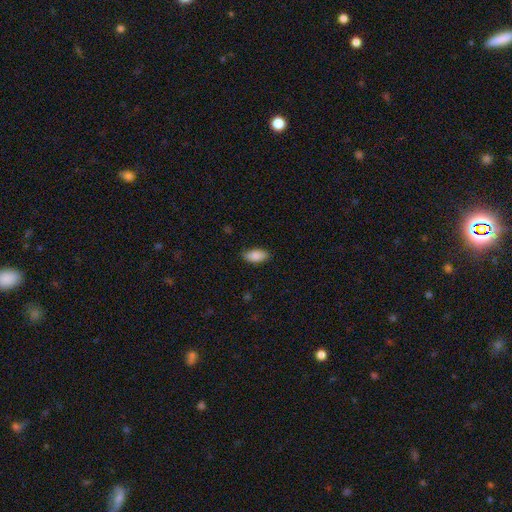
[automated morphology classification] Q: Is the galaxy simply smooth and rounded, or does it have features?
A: smooth — 88%.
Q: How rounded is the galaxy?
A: in between — 92%.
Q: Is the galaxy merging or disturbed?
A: none — 85%.